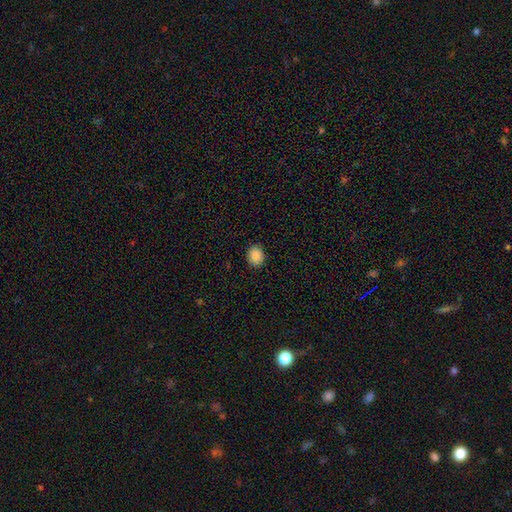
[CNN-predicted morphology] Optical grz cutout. It shows a smooth galaxy with no disk features (87%) that is round (66%). Merging: none (89%).